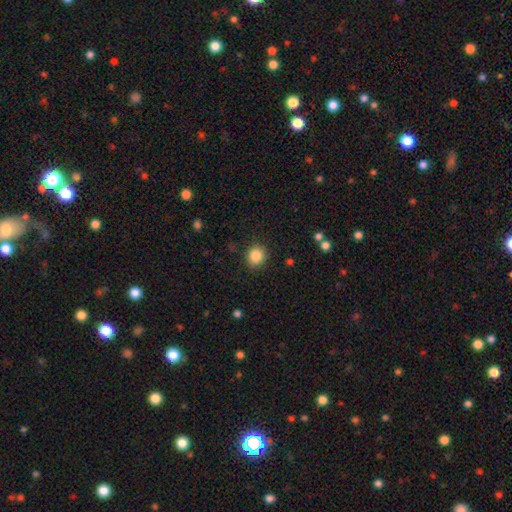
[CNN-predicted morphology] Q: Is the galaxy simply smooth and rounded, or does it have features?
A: smooth — 86%.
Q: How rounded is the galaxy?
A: round — 83%.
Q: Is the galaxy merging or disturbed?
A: none — 88%.